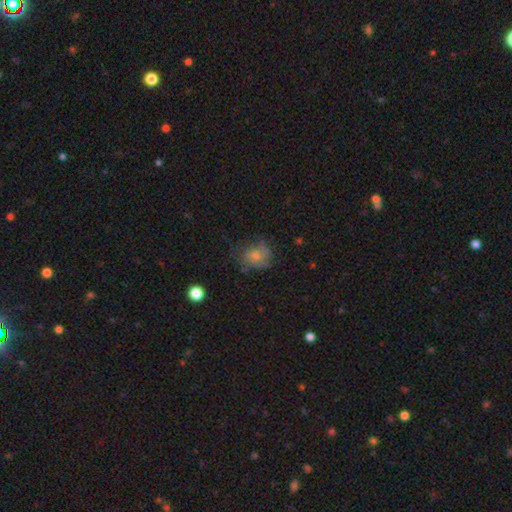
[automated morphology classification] Smooth or featured: smooth — 53% (featured or disk — 32%)
How rounded: round — 61% (in between — 38%)
Merging: none — 58% (minor disturbance — 26%)